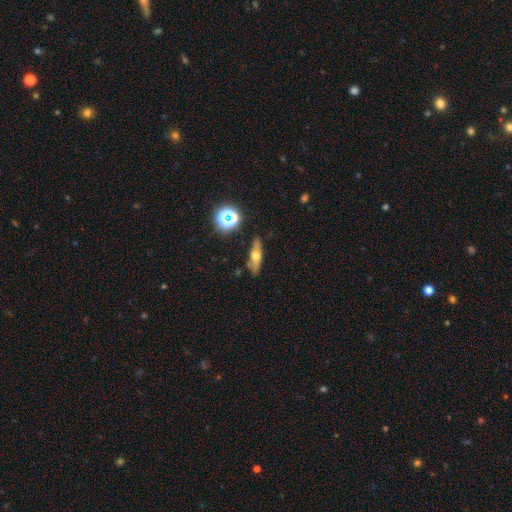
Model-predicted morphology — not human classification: Smooth or featured?
  - smooth: 46% *
  - featured or disk: 42%
  - star or artifact: 12%
Merging?
  - none: 82% *
  - minor disturbance: 12%
  - major disturbance: 3%
  - merger: 3%